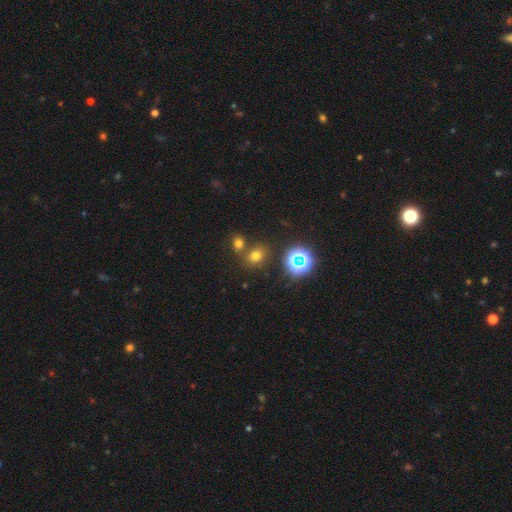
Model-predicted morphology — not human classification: smooth 63%, star or artifact 28%, featured or disk 9%. Down the decision tree: how rounded — round (62%); merging — none (66%).